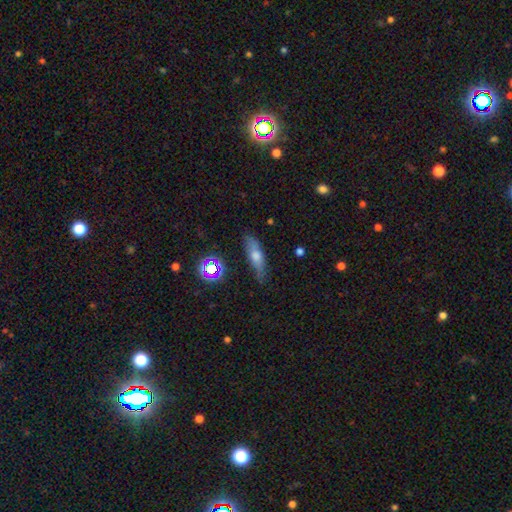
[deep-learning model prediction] The model was most divided on "how rounded": cigar-shaped: 56%, in between: 39%, round: 5%. More confident: merging — none (78%); smooth or featured — smooth (53%).